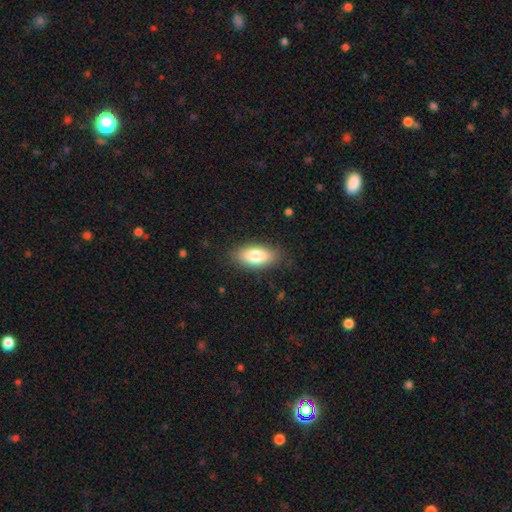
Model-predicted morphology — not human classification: Q: Smooth or featured?
A: smooth (81%); runner-up: featured or disk (12%)
Q: How rounded?
A: in between (87%); runner-up: cigar-shaped (10%)
Q: Merging?
A: none (85%); runner-up: minor disturbance (11%)